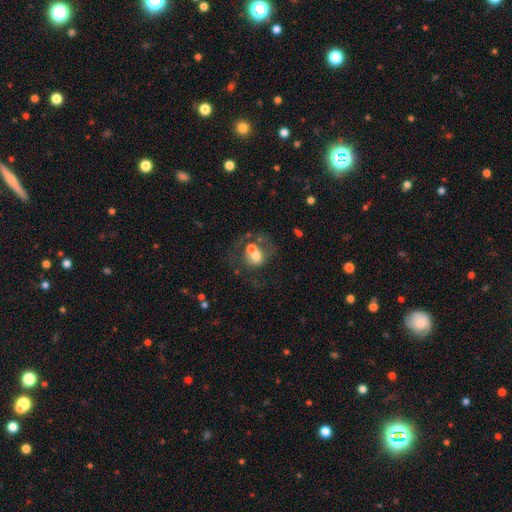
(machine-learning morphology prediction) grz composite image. It shows a featured or disk galaxy (45%). Merging: merger (46%).